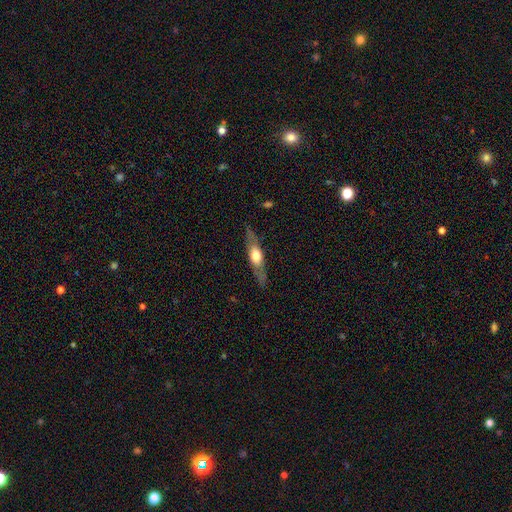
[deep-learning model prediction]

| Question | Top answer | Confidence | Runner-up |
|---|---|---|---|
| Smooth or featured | featured or disk | 58% | smooth (37%) |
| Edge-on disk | yes | 85% | no (15%) |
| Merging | none | 80% | minor disturbance (14%) |